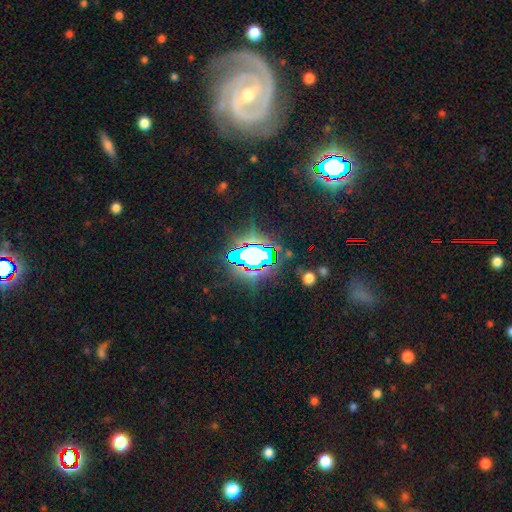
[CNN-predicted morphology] Smooth or featured? Predicted: star or artifact (p=0.75).